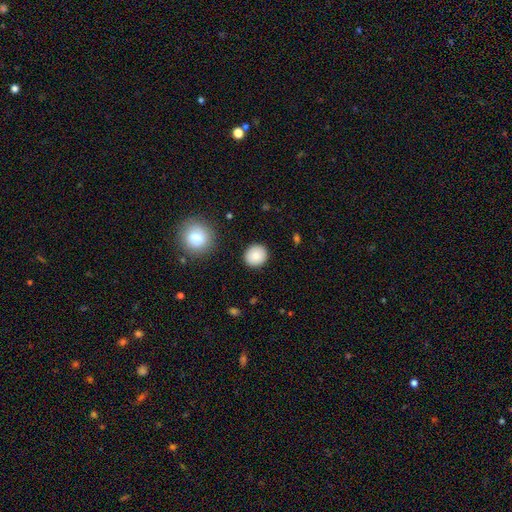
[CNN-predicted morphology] smooth_or_featured: smooth (p=0.84) [alt: star or artifact p=0.09]
how_rounded: round (p=0.87) [alt: in between p=0.12]
merging: none (p=0.90) [alt: minor disturbance p=0.07]